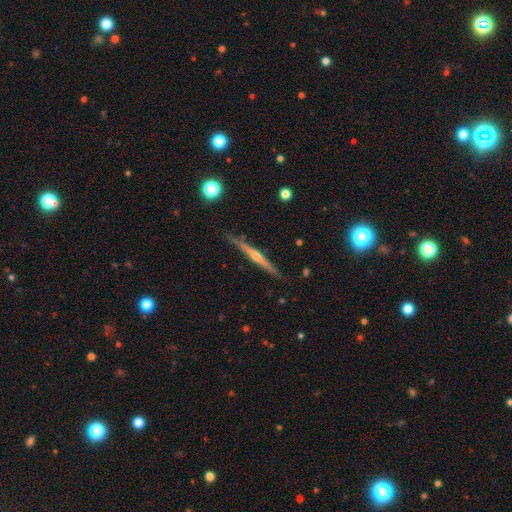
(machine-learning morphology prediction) smooth-or-featured: featured or disk: 78% | smooth: 16% | star or artifact: 6%
  disk-edge-on: yes: 98% | no: 2%
    edge-on-bulge: rounded: 83% | none: 14% | boxy: 4%
  merging: none: 89% | minor disturbance: 8% | major disturbance: 1% | merger: 1%